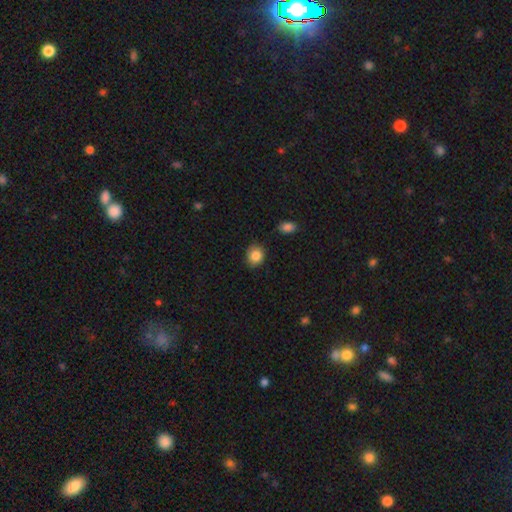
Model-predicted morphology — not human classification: The model was most divided on "how rounded": round: 67%, in between: 32%, cigar-shaped: 1%. More confident: smooth or featured — smooth (86%); merging — none (84%).